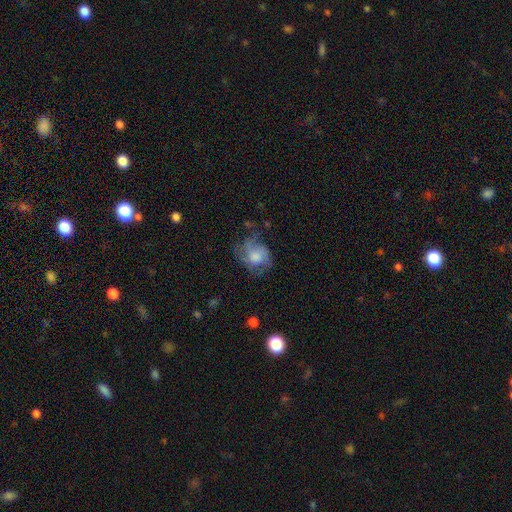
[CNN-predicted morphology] Smooth or featured? Predicted: featured or disk (p=0.46). Merging? Predicted: none (p=0.46).